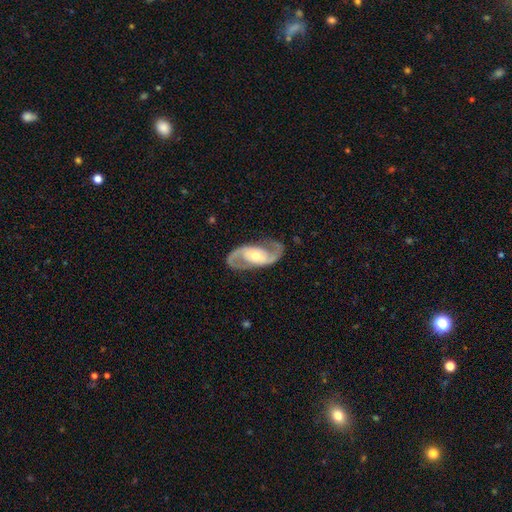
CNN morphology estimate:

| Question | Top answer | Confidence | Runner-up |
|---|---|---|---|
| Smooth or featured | featured or disk | 91% | smooth (5%) |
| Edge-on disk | no | 97% | yes (3%) |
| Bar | no | 46% | weak (34%) |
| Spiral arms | yes | 97% | no (3%) |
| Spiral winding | medium | 53% | loose (30%) |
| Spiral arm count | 2 | 94% | can't tell (2%) |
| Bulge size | moderate | 64% | small (28%) |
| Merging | none | 82% | minor disturbance (11%) |